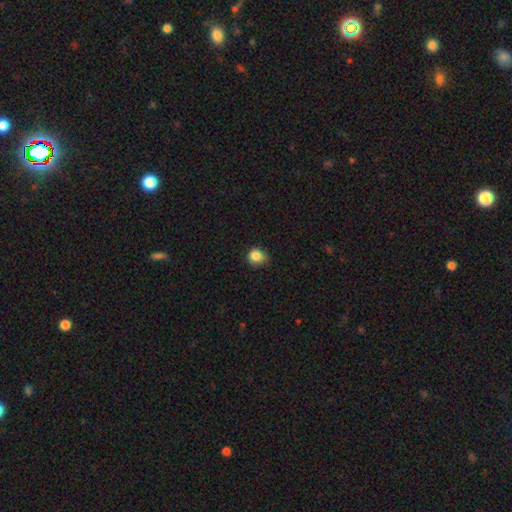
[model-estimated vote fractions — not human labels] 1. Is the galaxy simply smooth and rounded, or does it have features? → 84% smooth, 11% star or artifact, 5% featured or disk.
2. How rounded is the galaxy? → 85% round, 15% in between, 1% cigar-shaped.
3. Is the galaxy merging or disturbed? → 69% none, 25% minor disturbance, 4% major disturbance, 1% merger.